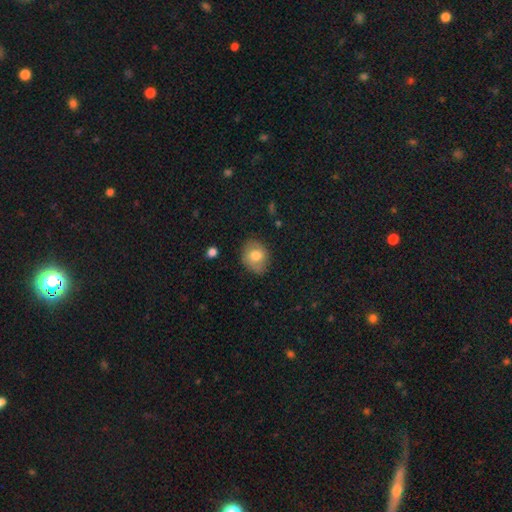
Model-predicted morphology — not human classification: type=smooth (72%); roundness=round (56%); merging=none (73%).